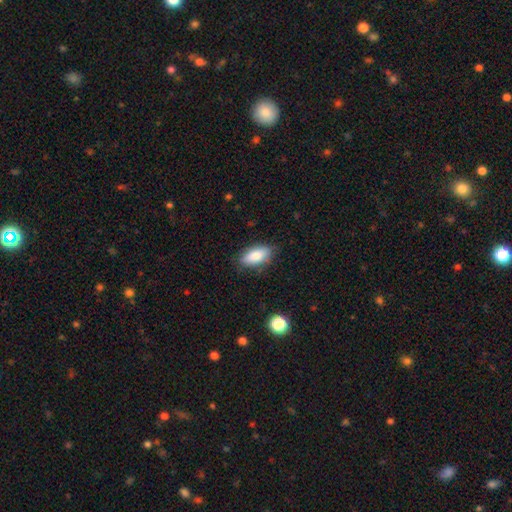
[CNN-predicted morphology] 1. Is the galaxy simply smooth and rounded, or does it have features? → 82% smooth, 11% featured or disk, 7% star or artifact.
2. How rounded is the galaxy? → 87% in between, 10% cigar-shaped, 3% round.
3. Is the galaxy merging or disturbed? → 82% none, 14% minor disturbance, 3% major disturbance, 1% merger.